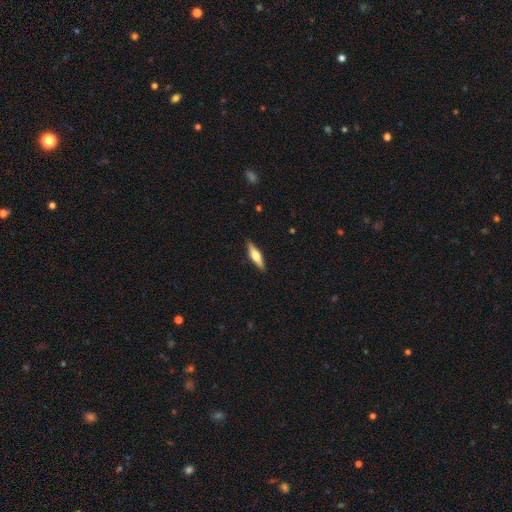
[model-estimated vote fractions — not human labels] Q: Smooth or featured?
A: featured or disk (57%); runner-up: smooth (37%)
Q: Edge-on disk?
A: yes (96%); runner-up: no (4%)
Q: Edge-on bulge?
A: rounded (89%); runner-up: boxy (8%)
Q: Merging?
A: none (89%); runner-up: minor disturbance (8%)